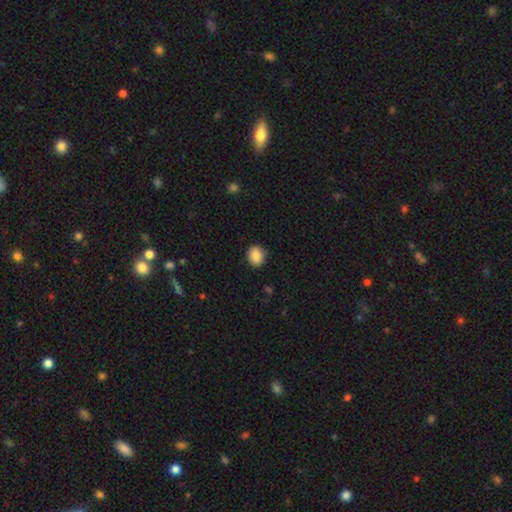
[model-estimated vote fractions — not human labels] smooth-or-featured: smooth: 87% | star or artifact: 8% | featured or disk: 4%
  how-rounded: round: 57% | in between: 42% | cigar-shaped: 1%
  merging: none: 84% | minor disturbance: 13% | major disturbance: 2% | merger: 1%